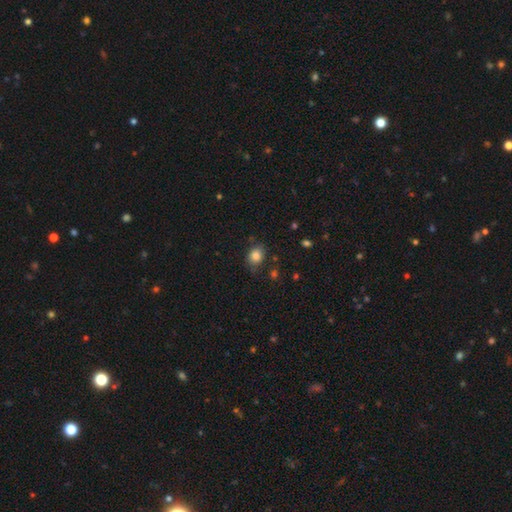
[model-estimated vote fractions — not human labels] This is clearly a smooth galaxy (83%). How rounded: possibly round (50%). Merging: likely none (75%).